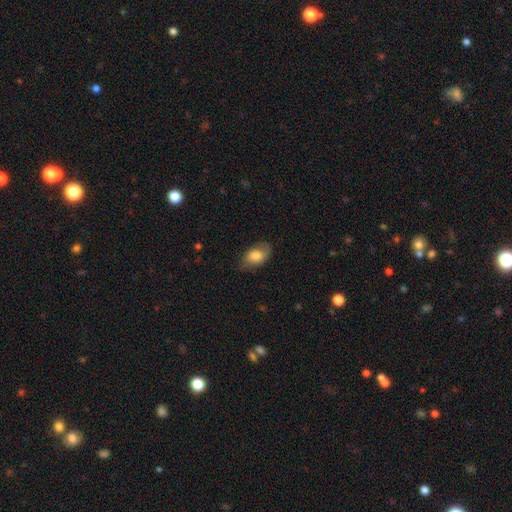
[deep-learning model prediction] smooth 72%, featured or disk 21%, star or artifact 7%. Down the decision tree: how rounded — in between (88%); merging — none (70%).